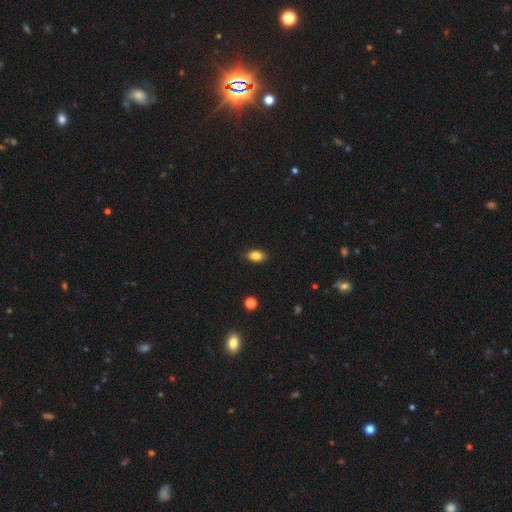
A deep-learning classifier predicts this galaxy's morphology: Smooth or featured? Predicted: smooth (p=0.85). How rounded? Predicted: in between (p=0.87). Merging? Predicted: none (p=0.87).